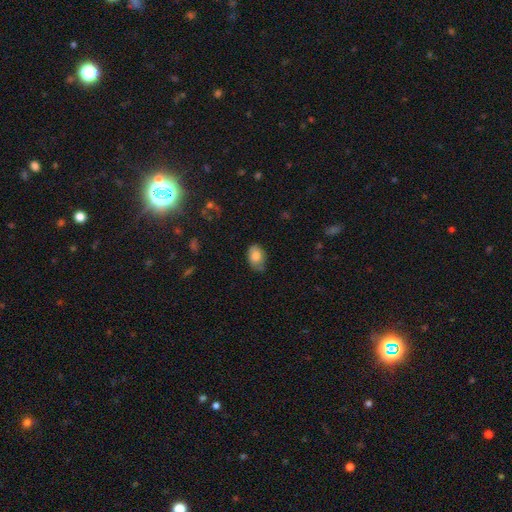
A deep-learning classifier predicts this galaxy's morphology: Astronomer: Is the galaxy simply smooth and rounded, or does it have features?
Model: smooth — 78%.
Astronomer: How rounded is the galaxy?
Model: in between — 82%.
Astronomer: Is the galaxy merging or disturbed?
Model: none — 64%.